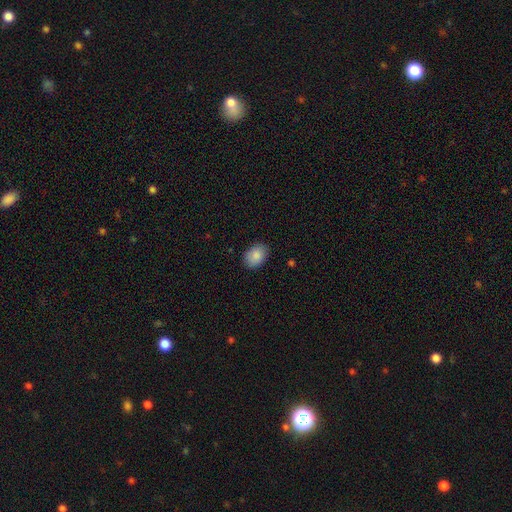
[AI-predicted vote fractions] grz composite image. It shows a smooth galaxy with no disk features (88%) that is in between round and cigar-shaped (78%). Merging: none (85%).